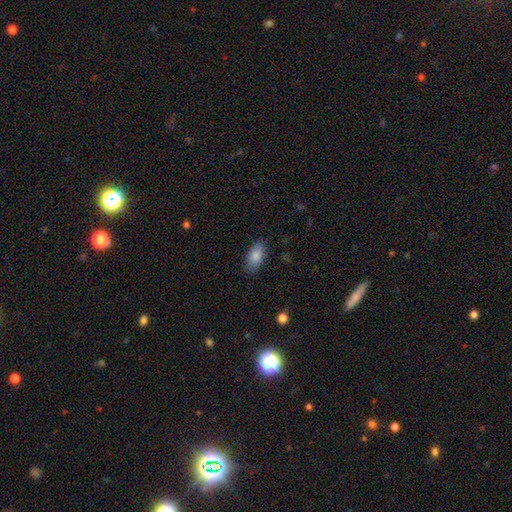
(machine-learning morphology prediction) The model was most divided on "merging": none: 80%, minor disturbance: 15%, major disturbance: 4%, merger: 1%. More confident: how rounded — in between (90%); smooth or featured — smooth (85%).